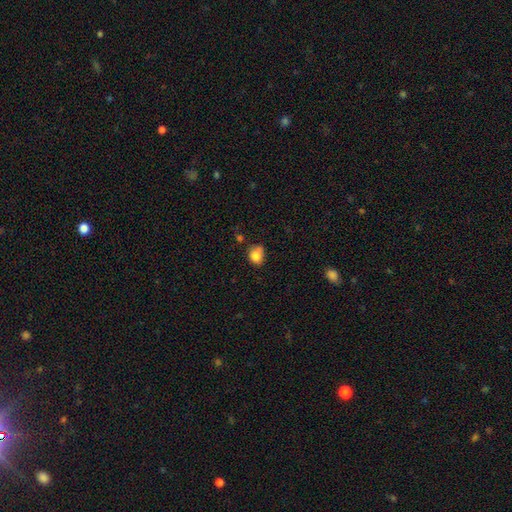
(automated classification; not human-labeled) A smooth galaxy with no disk features (82%) that is round (60%).

Vote fractions:
- Smooth or featured? smooth: 82% / star or artifact: 10% / featured or disk: 8%
- How rounded? round: 60% / in between: 39% / cigar-shaped: 1%
- Merging? none: 53% / minor disturbance: 31% / major disturbance: 8% / merger: 8%